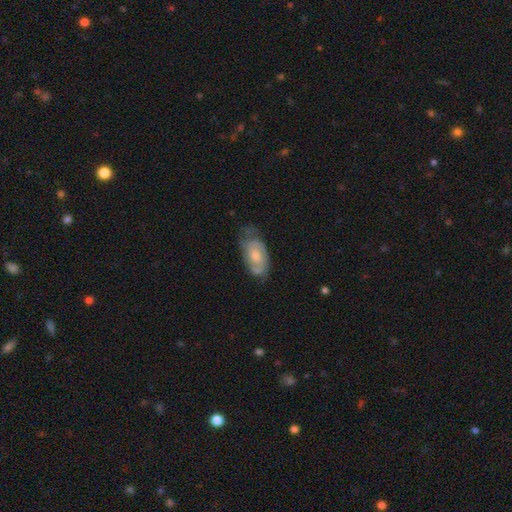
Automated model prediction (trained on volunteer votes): smooth_or_featured: featured or disk (p=0.54) [alt: smooth p=0.39]
disk_edge_on: no (p=0.93) [alt: yes p=0.07]
bar: no (p=0.74) [alt: weak p=0.23]
has_spiral_arms: yes (p=0.71) [alt: no p=0.29]
bulge_size: moderate (p=0.53) [alt: small p=0.28]
merging: none (p=0.50) [alt: minor disturbance p=0.34]